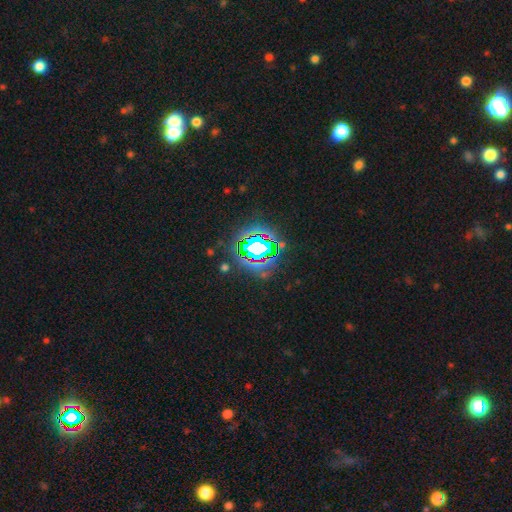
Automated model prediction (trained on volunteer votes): smooth-or-featured: star or artifact: 83% | smooth: 10% | featured or disk: 7%